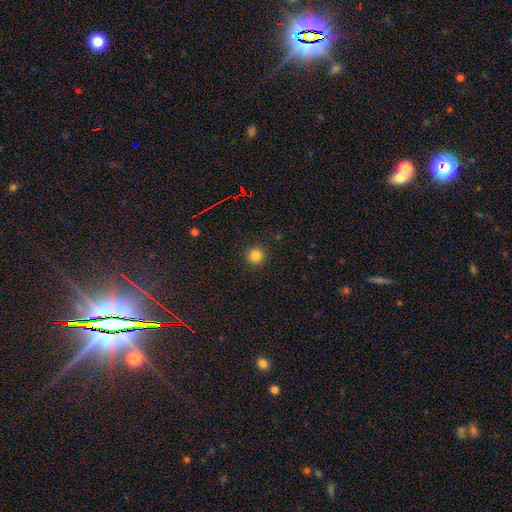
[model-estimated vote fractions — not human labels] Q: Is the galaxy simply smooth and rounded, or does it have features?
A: smooth — 82%.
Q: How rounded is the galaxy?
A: round — 95%.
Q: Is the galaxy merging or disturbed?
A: none — 92%.